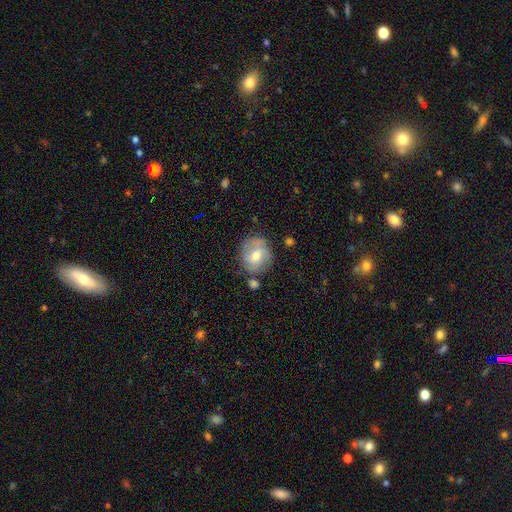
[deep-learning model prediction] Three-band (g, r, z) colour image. It shows a smooth galaxy with no disk features (50%). Merging: none (68%).